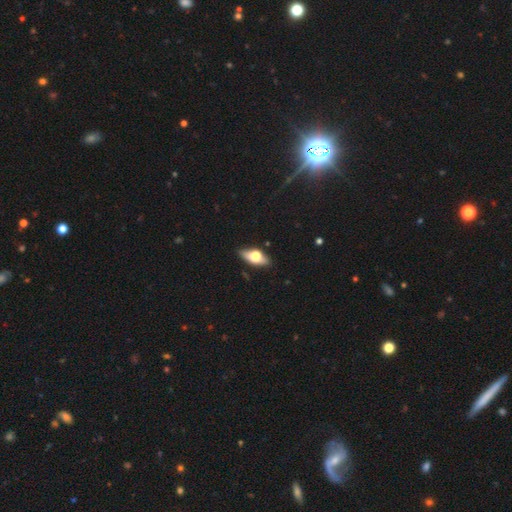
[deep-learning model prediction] This appears to be a smooth galaxy with no disk features (47%). Merging: none (84%).